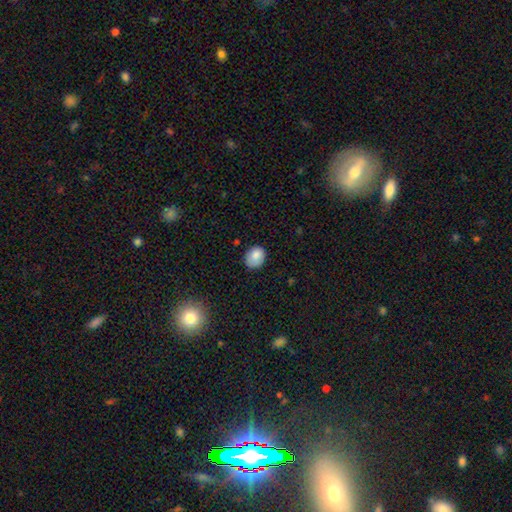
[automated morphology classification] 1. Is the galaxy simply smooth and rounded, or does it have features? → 84% smooth, 9% star or artifact, 7% featured or disk.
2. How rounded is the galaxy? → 63% round, 36% in between, 1% cigar-shaped.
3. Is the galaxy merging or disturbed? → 74% none, 21% minor disturbance, 4% major disturbance, 1% merger.